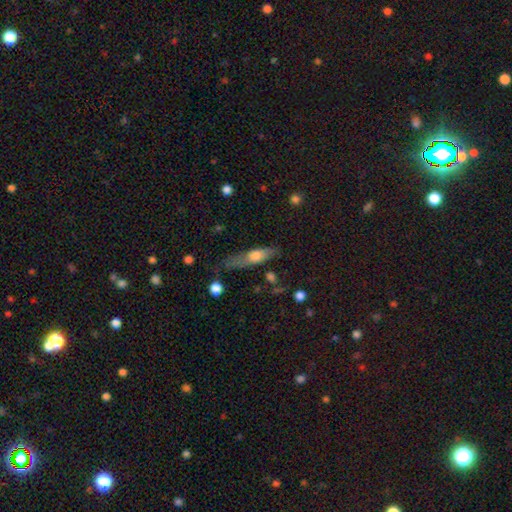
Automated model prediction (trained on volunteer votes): The model was most divided on "how rounded": cigar-shaped: 59%, in between: 37%, round: 4%. More confident: smooth or featured — smooth (59%); merging — none (52%).